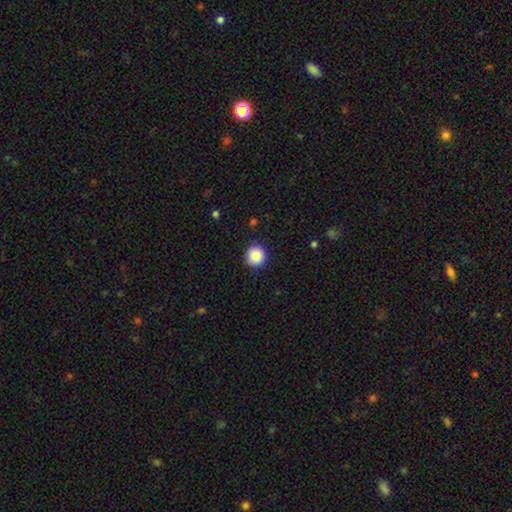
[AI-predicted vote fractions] Smooth or featured?
  - smooth: 88% *
  - star or artifact: 9%
  - featured or disk: 4%
How rounded?
  - round: 94% *
  - in between: 5%
  - cigar-shaped: 1%
Merging?
  - none: 89% *
  - minor disturbance: 8%
  - major disturbance: 2%
  - merger: 1%